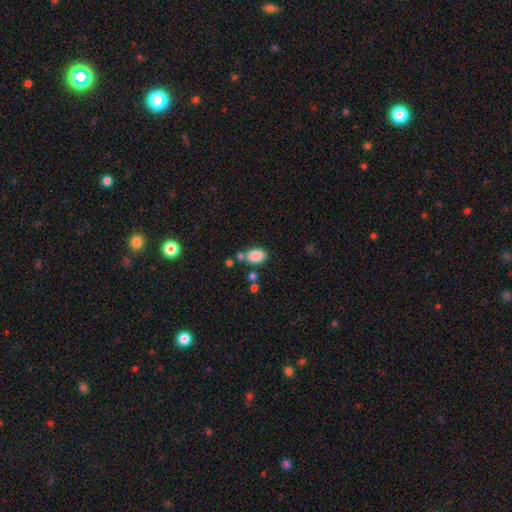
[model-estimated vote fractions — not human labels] Smooth or featured?
  - smooth: 87% *
  - star or artifact: 9%
  - featured or disk: 5%
How rounded?
  - in between: 87% *
  - round: 12%
  - cigar-shaped: 1%
Merging?
  - none: 67% *
  - minor disturbance: 15%
  - merger: 14%
  - major disturbance: 4%